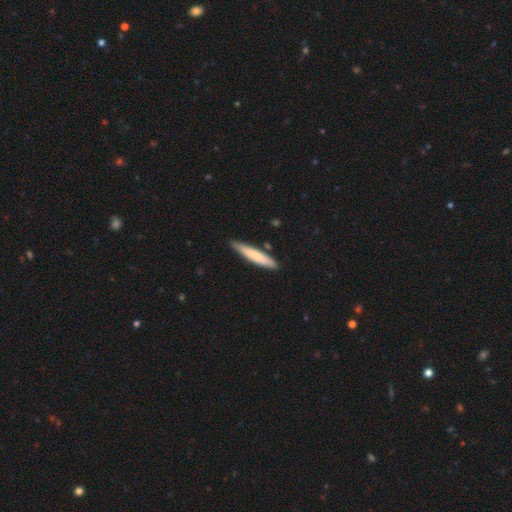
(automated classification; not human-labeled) Q: Smooth or featured?
A: smooth (71%); runner-up: featured or disk (25%)
Q: How rounded?
A: cigar-shaped (91%); runner-up: in between (8%)
Q: Merging?
A: none (82%); runner-up: minor disturbance (13%)